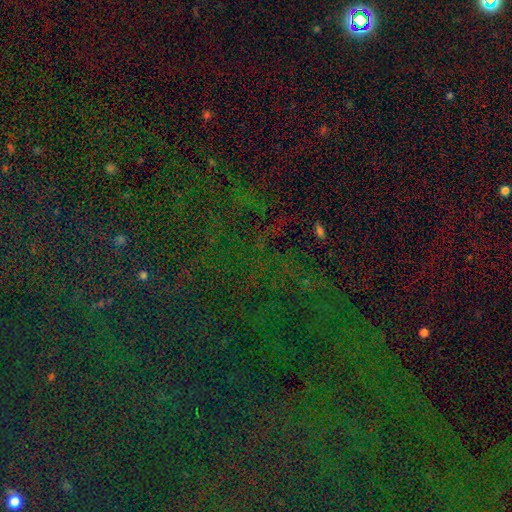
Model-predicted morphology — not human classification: Smooth or featured? star or artifact (83%)